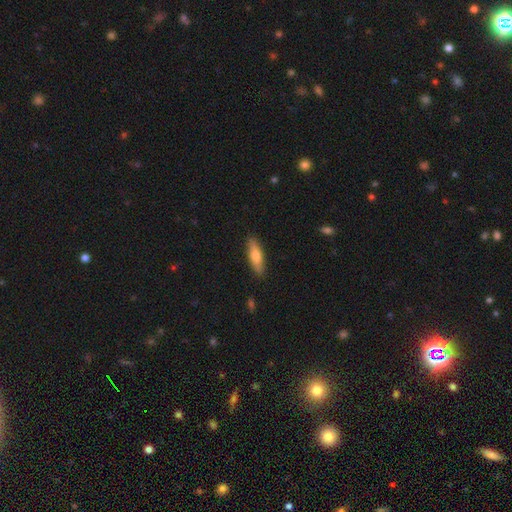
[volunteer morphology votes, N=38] Smooth or featured: smooth — 76% (featured or disk — 16%)
How rounded: cigar-shaped — 62% (in between — 34%)
Merging: none — 94% (minor disturbance — 6%)